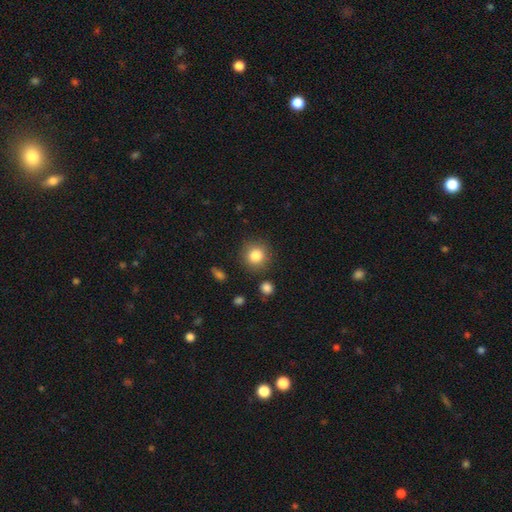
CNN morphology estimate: smooth-or-featured: smooth: 84% | star or artifact: 10% | featured or disk: 6%
  how-rounded: round: 91% | in between: 8% | cigar-shaped: 1%
  merging: none: 86% | minor disturbance: 8% | major disturbance: 3% | merger: 3%